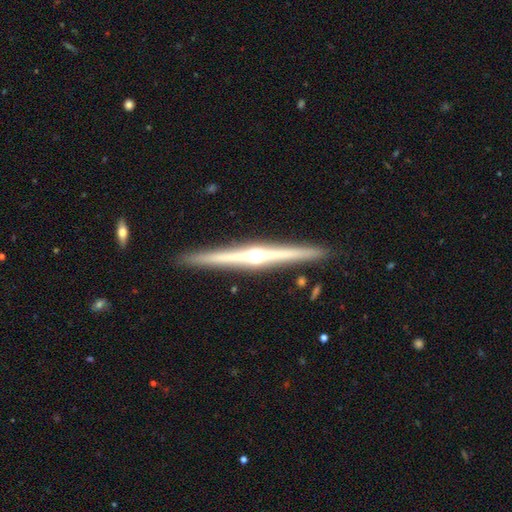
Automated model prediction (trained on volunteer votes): Smooth or featured? featured or disk (86%)
Edge-on disk? yes (99%)
Edge-on bulge? rounded (93%)
Merging? none (92%)